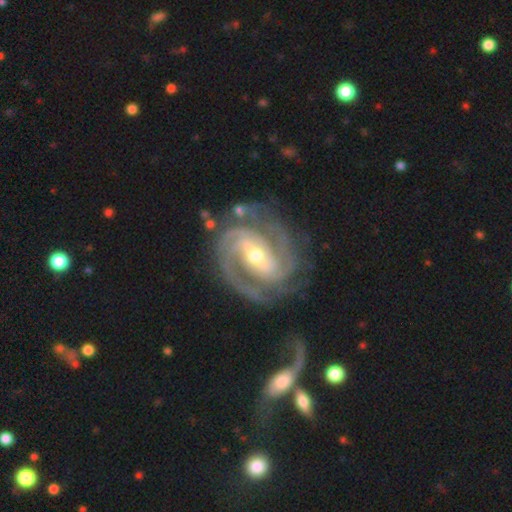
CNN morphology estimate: smooth-or-featured: featured or disk: 93% | star or artifact: 4% | smooth: 3%
  disk-edge-on: no: 98% | yes: 2%
    bar: strong: 48% | weak: 39% | no: 14%
    has-spiral-arms: yes: 98% | no: 2%
      spiral-winding: tight: 59% | medium: 36% | loose: 6%
      spiral-arm-count: 3: 36% | 2: 35% | 4: 11% | can't tell: 9% | more than 4: 5% | 1: 5%
    bulge-size: moderate: 60% | small: 34% | large: 4% | none: 1% | dominant: 1%
  merging: none: 71% | minor disturbance: 17% | major disturbance: 9% | merger: 3%